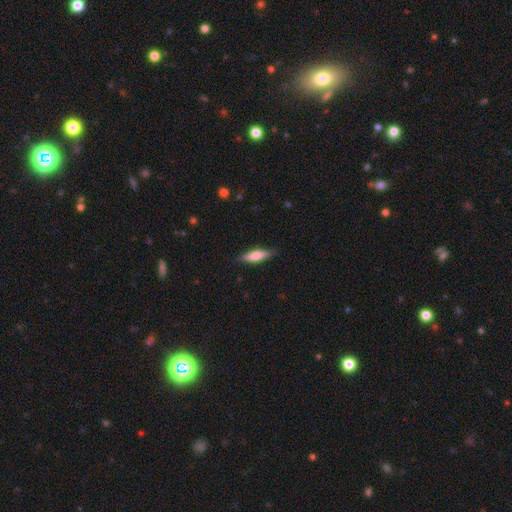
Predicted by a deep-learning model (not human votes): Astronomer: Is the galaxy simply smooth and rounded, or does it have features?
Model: smooth — 70%.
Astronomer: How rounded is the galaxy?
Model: cigar-shaped — 63%.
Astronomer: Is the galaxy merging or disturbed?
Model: none — 84%.